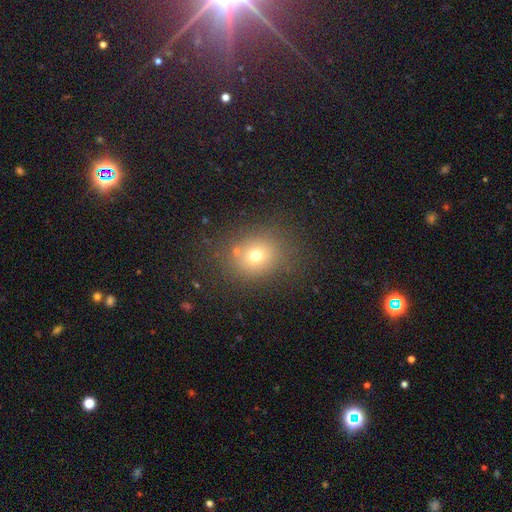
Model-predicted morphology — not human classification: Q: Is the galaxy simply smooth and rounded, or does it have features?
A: smooth — 69%.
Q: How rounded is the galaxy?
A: round — 67%.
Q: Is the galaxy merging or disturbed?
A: none — 79%.